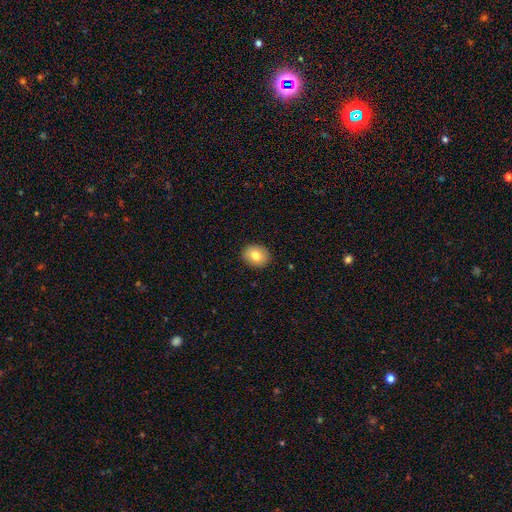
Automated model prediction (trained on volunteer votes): smooth-or-featured: smooth: 78% | featured or disk: 13% | star or artifact: 9%
  how-rounded: round: 58% | in between: 41% | cigar-shaped: 1%
  merging: none: 90% | minor disturbance: 7% | major disturbance: 2% | merger: 1%